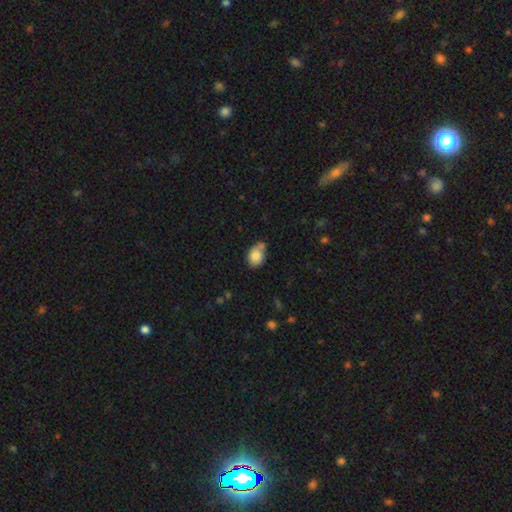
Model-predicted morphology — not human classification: Smooth or featured? smooth (82%)
How rounded? in between (73%)
Merging? none (48%)